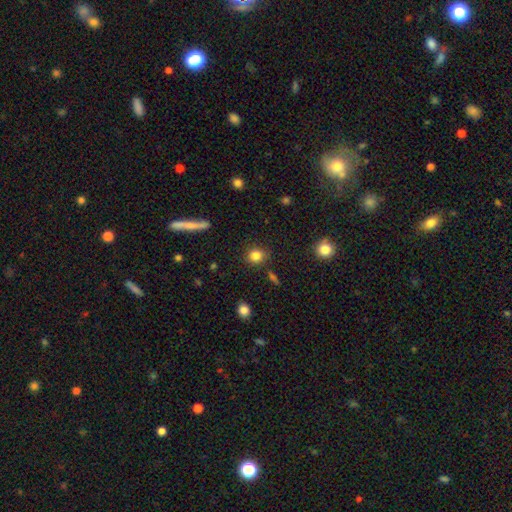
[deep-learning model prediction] Q: Smooth or featured?
A: smooth (84%); runner-up: star or artifact (11%)
Q: How rounded?
A: round (81%); runner-up: in between (17%)
Q: Merging?
A: none (85%); runner-up: minor disturbance (10%)